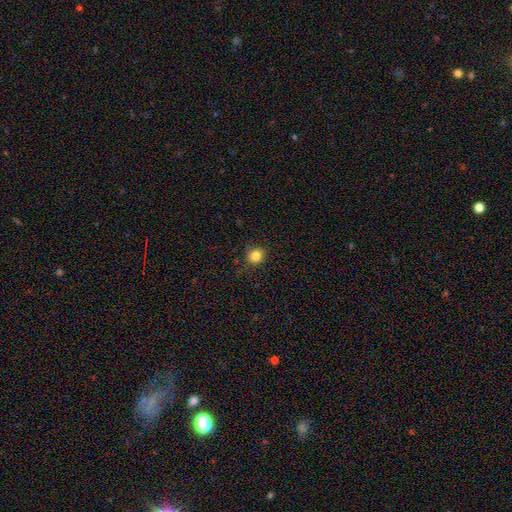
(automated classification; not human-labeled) This appears to be a smooth galaxy with no disk features (83%) that is round (87%). Merging: none (84%).